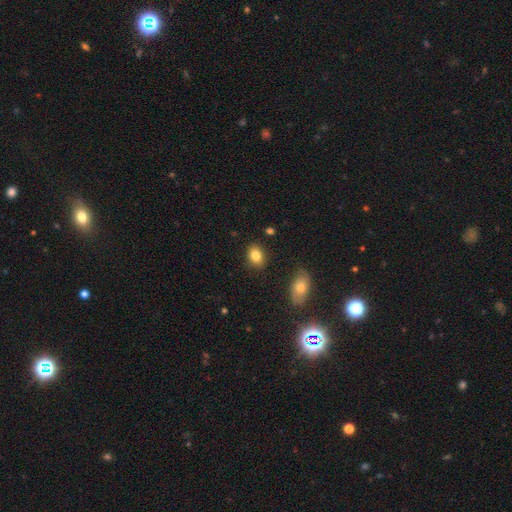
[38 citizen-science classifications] This is clearly a smooth galaxy (89%). How rounded: likely in between (68%). Merging: clearly none (94%).